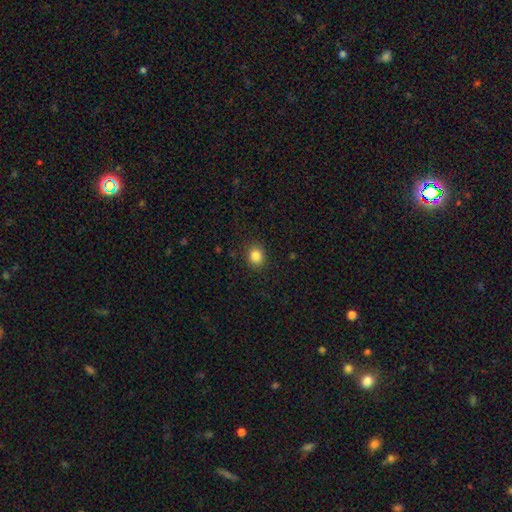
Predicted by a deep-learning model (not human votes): This appears to be a smooth galaxy with no disk features (85%) that is round (73%). Merging: none (88%).